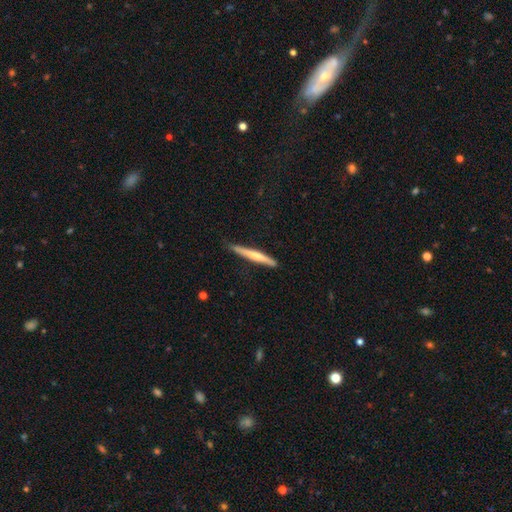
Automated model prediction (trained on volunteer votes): A smooth galaxy with no disk features (52%) that is cigar-shaped (96%). Merging: none (80%).